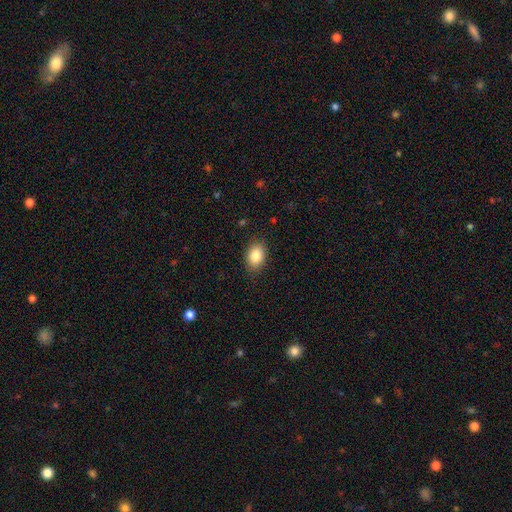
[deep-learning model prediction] A smooth galaxy with no disk features (85%) that is in between round and cigar-shaped (78%).

Vote fractions:
- Smooth or featured? smooth: 85% / star or artifact: 8% / featured or disk: 6%
- How rounded? in between: 78% / round: 21% / cigar-shaped: 1%
- Merging? none: 86% / minor disturbance: 10% / major disturbance: 3% / merger: 1%